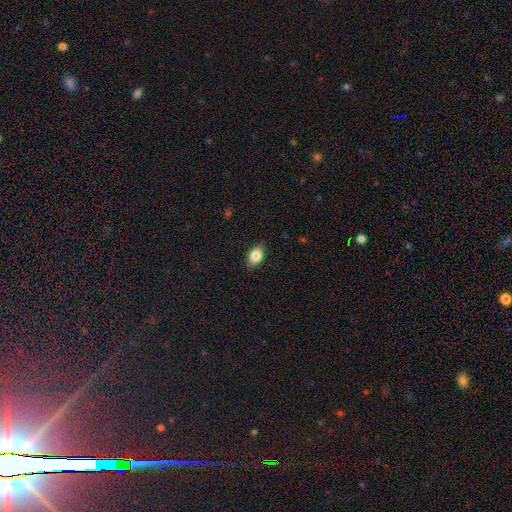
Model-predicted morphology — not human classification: Smooth or featured? smooth (86%)
How rounded? in between (85%)
Merging? none (85%)